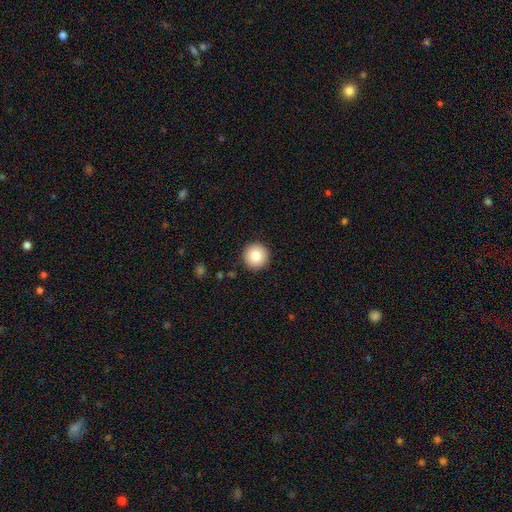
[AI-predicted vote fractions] Overall: smooth (83%). How rounded: round (96%). Merging: none (92%).